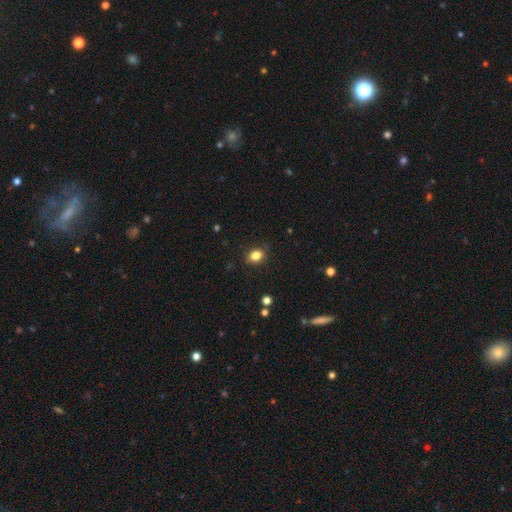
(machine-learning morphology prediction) smooth_or_featured: smooth (p=0.83) [alt: star or artifact p=0.11]
how_rounded: in between (p=0.61) [alt: round p=0.37]
merging: none (p=0.83) [alt: minor disturbance p=0.13]